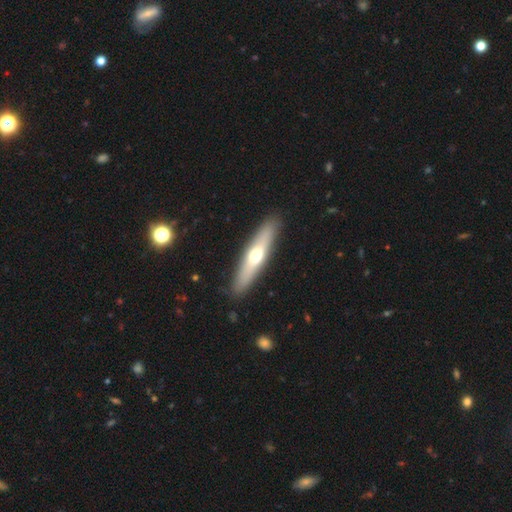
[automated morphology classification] A smooth galaxy with no disk features (50%) that is cigar-shaped (76%).

Vote fractions:
- Smooth or featured? smooth: 50% / featured or disk: 44% / star or artifact: 6%
- How rounded? cigar-shaped: 76% / in between: 22% / round: 2%
- Merging? none: 89% / minor disturbance: 7% / major disturbance: 2% / merger: 1%